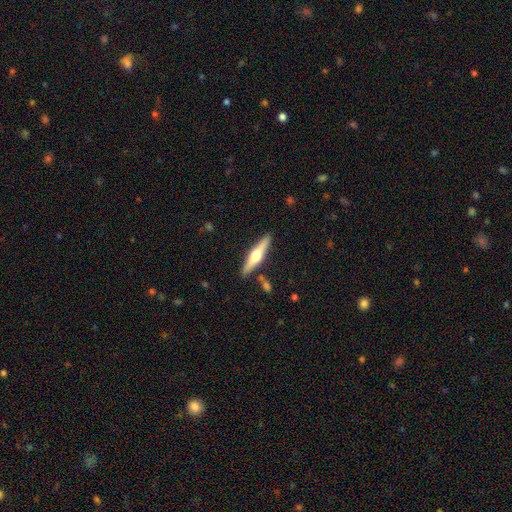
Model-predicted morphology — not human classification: Smooth or featured? Predicted: featured or disk (p=0.61). Edge-on disk? Predicted: yes (p=0.96). Edge-on bulge? Predicted: rounded (p=0.94). Merging? Predicted: none (p=0.86).